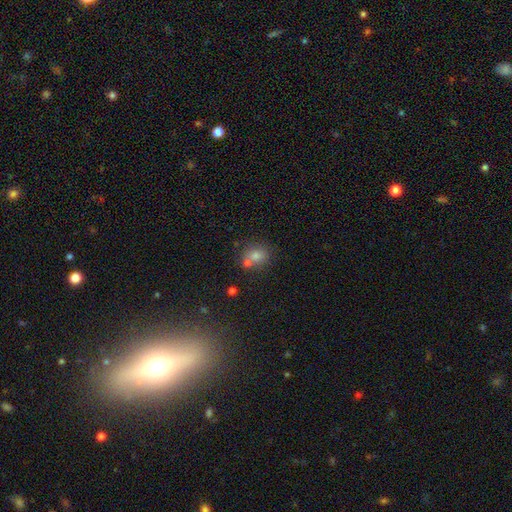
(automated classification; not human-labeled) Smooth or featured? Predicted: smooth (p=0.72). How rounded? Predicted: round (p=0.63). Merging? Predicted: none (p=0.51).